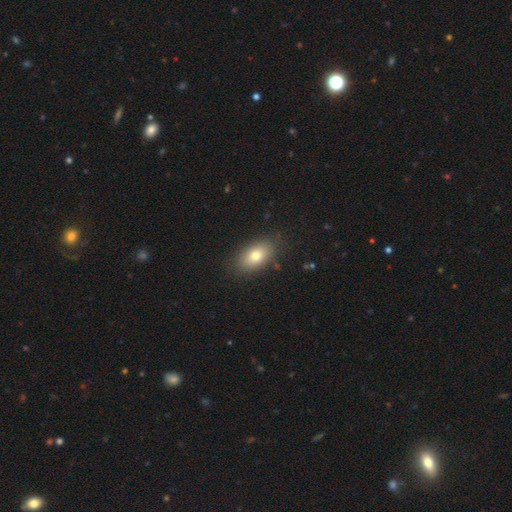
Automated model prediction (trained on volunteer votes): smooth 77%, featured or disk 14%, star or artifact 9%. Down the decision tree: how rounded — in between (88%); merging — none (85%).